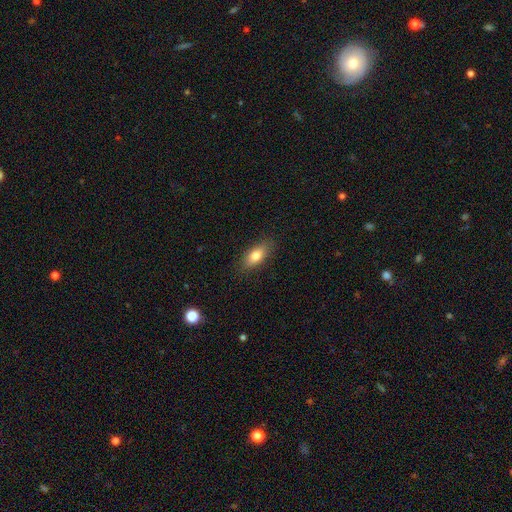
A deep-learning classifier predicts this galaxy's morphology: Overall: smooth (79%). How rounded: in between (81%). Merging: none (85%).